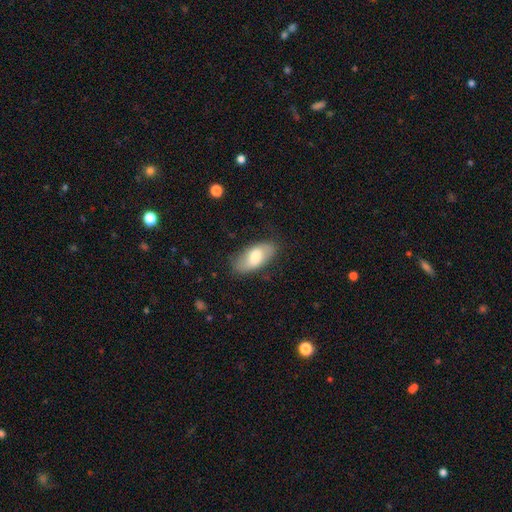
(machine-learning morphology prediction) Smooth or featured: smooth — 67% (featured or disk — 27%)
How rounded: in between — 91% (cigar-shaped — 6%)
Merging: none — 77% (minor disturbance — 17%)